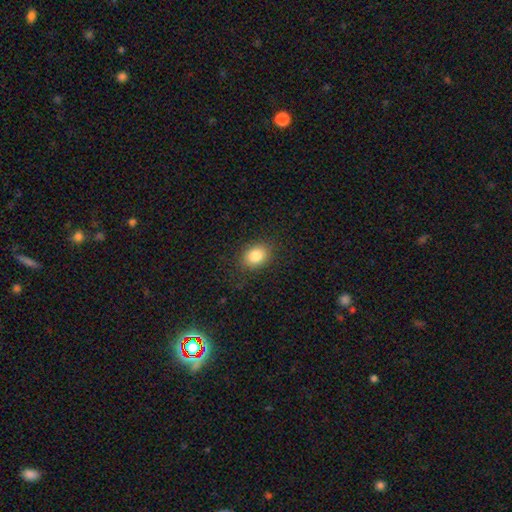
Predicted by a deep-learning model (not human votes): Overall: smooth (83%). How rounded: in between (59%; round 40%). Merging: none (84%).